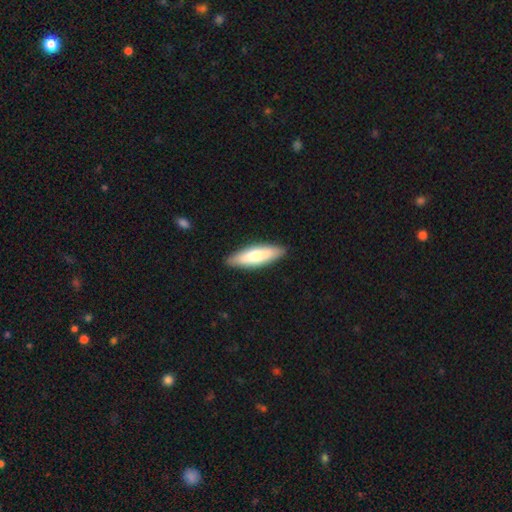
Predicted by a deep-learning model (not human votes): Smooth or featured?
  - smooth: 71% *
  - featured or disk: 24%
  - star or artifact: 5%
How rounded?
  - cigar-shaped: 54% *
  - in between: 44%
  - round: 2%
Merging?
  - none: 89% *
  - minor disturbance: 9%
  - major disturbance: 2%
  - merger: 1%